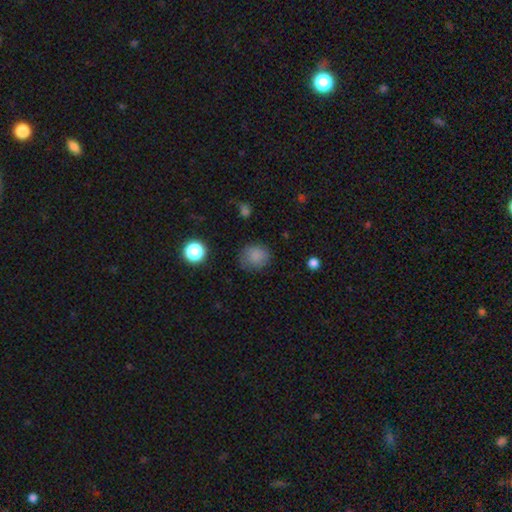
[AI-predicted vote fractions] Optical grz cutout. It shows a smooth galaxy with no disk features (83%) that is round (81%). Merging: none (74%).